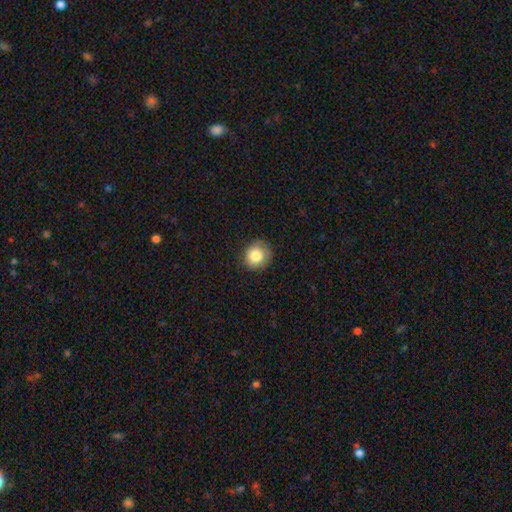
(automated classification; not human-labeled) Morphology: type=smooth (82%); roundness=round (87%); merging=none (84%).